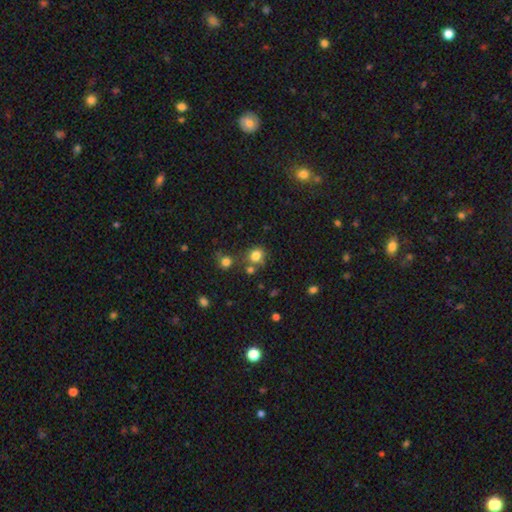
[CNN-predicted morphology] This is likely a smooth galaxy (79%). How rounded: likely round (78%). Merging: likely none (63%).